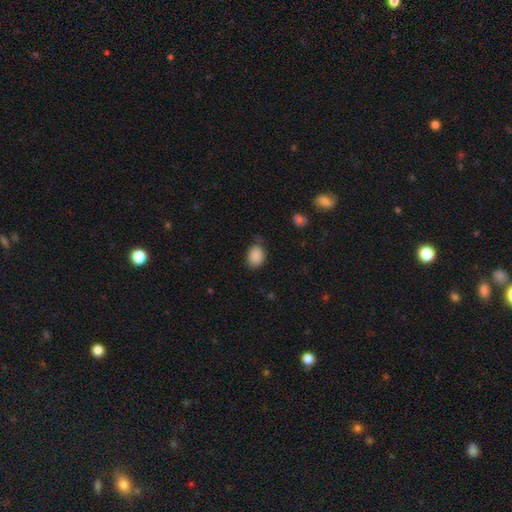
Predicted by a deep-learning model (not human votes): smooth_or_featured: smooth (p=0.88) [alt: star or artifact p=0.08]
how_rounded: in between (p=0.63) [alt: round p=0.36]
merging: none (p=0.68) [alt: minor disturbance p=0.25]